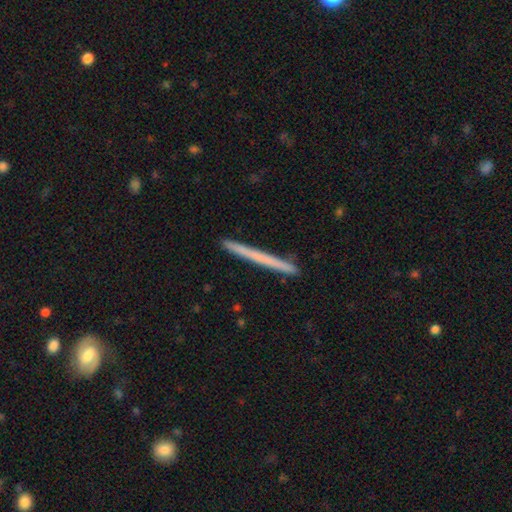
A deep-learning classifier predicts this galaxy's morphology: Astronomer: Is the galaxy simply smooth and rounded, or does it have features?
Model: smooth — 54% (runner-up: featured or disk, 41%).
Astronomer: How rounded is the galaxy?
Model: cigar-shaped — 97%.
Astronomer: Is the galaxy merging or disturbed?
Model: none — 92%.